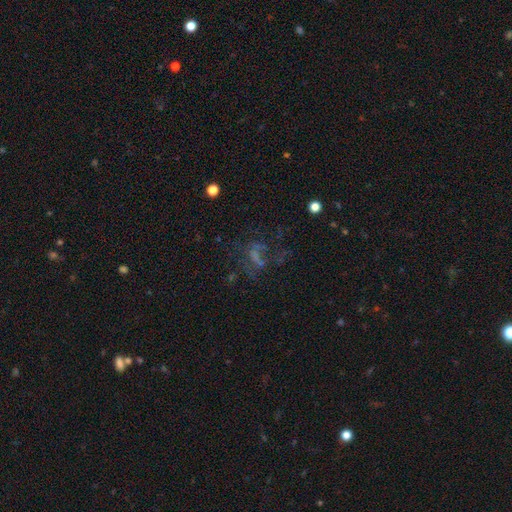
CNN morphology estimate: The model was most divided on "merging": none: 41%, major disturbance: 36%, minor disturbance: 15%, merger: 7%. Remaining: smooth or featured — featured or disk (41%).